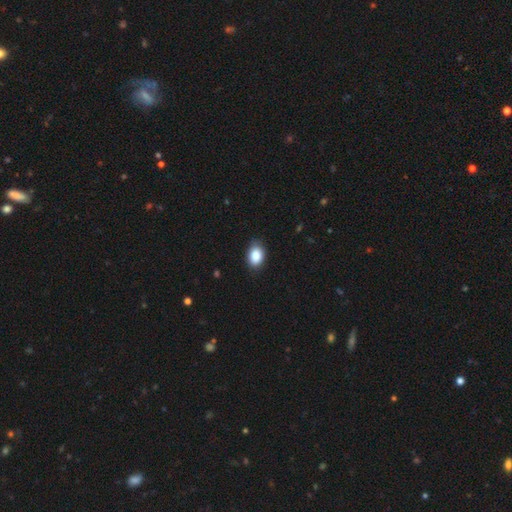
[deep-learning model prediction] A smooth galaxy with no disk features (88%) that is in between round and cigar-shaped (81%).

Vote fractions:
- Smooth or featured? smooth: 88% / star or artifact: 8% / featured or disk: 4%
- How rounded? in between: 81% / round: 18% / cigar-shaped: 1%
- Merging? none: 80% / minor disturbance: 16% / major disturbance: 3% / merger: 1%